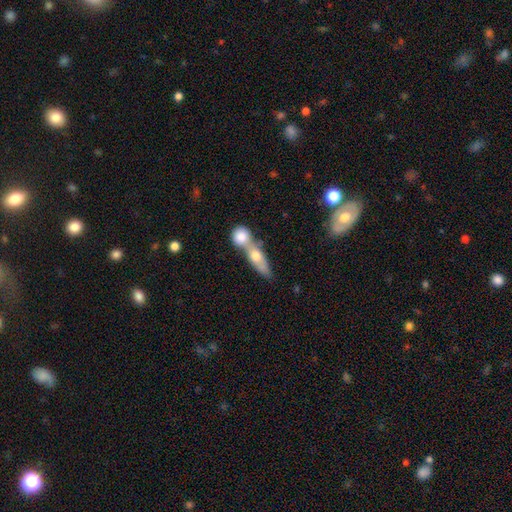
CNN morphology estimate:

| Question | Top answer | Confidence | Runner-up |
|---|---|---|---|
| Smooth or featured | smooth | 63% | featured or disk (30%) |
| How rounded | in between | 52% | cigar-shaped (31%) |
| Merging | merger | 68% | none (22%) |